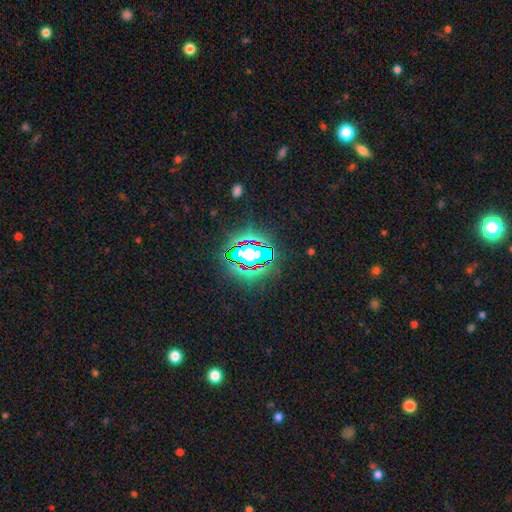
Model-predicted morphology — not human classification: type=star or artifact (82%).